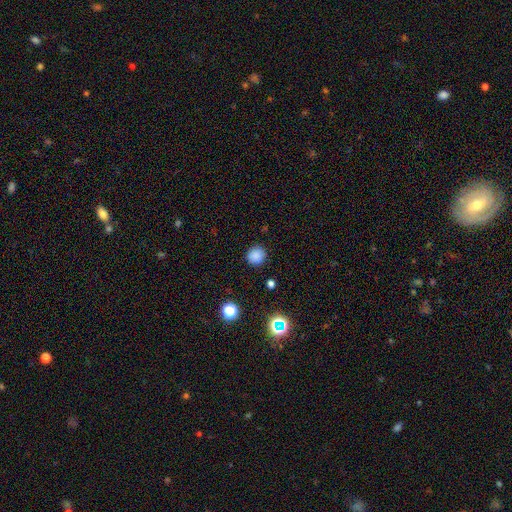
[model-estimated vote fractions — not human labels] A smooth galaxy with no disk features (83%) that is round (92%). Merging: none (88%).